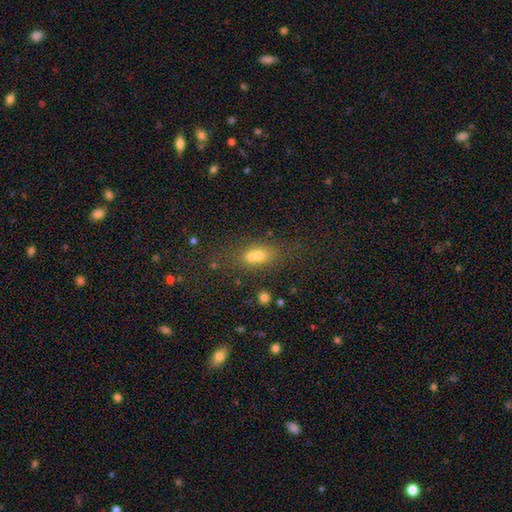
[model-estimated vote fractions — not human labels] smooth-or-featured: smooth: 59% | star or artifact: 21% | featured or disk: 20%
  how-rounded: in between: 61% | round: 28% | cigar-shaped: 11%
  merging: merger: 47% | none: 36% | minor disturbance: 10% | major disturbance: 6%